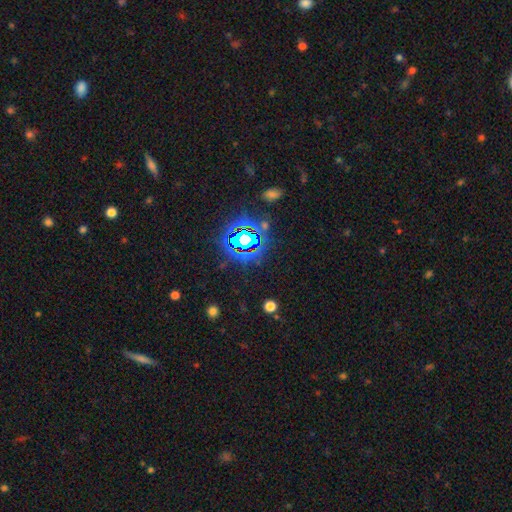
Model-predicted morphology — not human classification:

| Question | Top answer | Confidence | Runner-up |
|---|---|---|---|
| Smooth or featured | star or artifact | 80% | smooth (12%) |